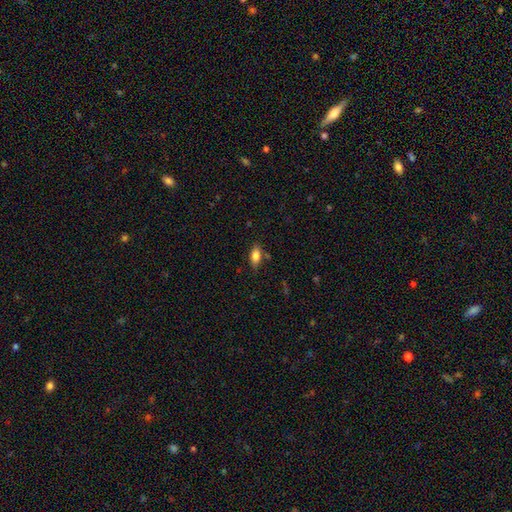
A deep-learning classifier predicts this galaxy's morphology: A smooth galaxy with no disk features (81%) that is in between round and cigar-shaped (87%).

Vote fractions:
- Smooth or featured? smooth: 81% / featured or disk: 11% / star or artifact: 8%
- How rounded? in between: 87% / cigar-shaped: 8% / round: 4%
- Merging? none: 79% / minor disturbance: 14% / merger: 4% / major disturbance: 3%